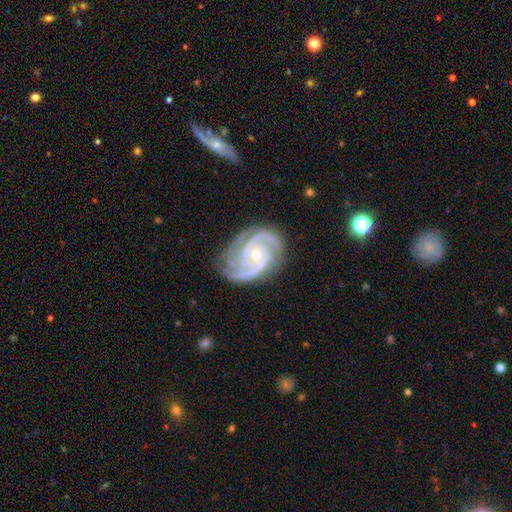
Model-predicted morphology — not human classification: Smooth or featured?
  - featured or disk: 93% *
  - star or artifact: 5%
  - smooth: 3%
Edge-on disk?
  - no: 98% *
  - yes: 2%
Bar?
  - no: 66% *
  - weak: 24%
  - strong: 9%
Spiral arms?
  - yes: 99% *
  - no: 1%
Spiral winding?
  - tight: 68% *
  - medium: 28%
  - loose: 3%
Spiral arm count?
  - 3: 46% *
  - 2: 23%
  - 4: 12%
  - can't tell: 9%
  - more than 4: 5%
  - 1: 5%
Bulge size?
  - small: 55% *
  - moderate: 42%
  - large: 1%
  - none: 1%
  - dominant: 1%
Merging?
  - none: 74% *
  - minor disturbance: 18%
  - major disturbance: 6%
  - merger: 2%